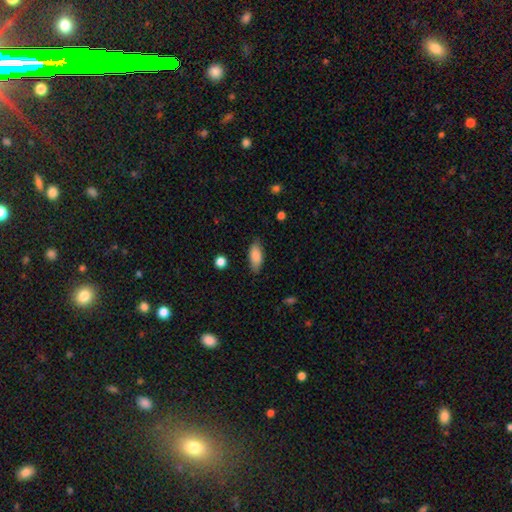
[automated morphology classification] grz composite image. It shows a smooth galaxy with no disk features (84%) that is in between round and cigar-shaped (81%). Merging: none (83%).